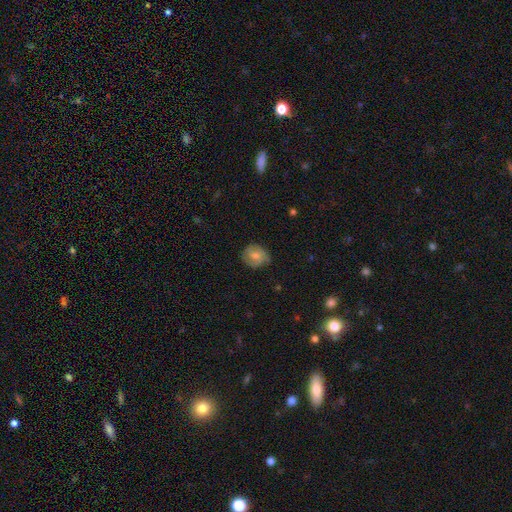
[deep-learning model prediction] smooth_or_featured: smooth (p=0.53) [alt: featured or disk p=0.38]
how_rounded: round (p=0.76) [alt: in between p=0.23]
merging: none (p=0.74) [alt: minor disturbance p=0.20]